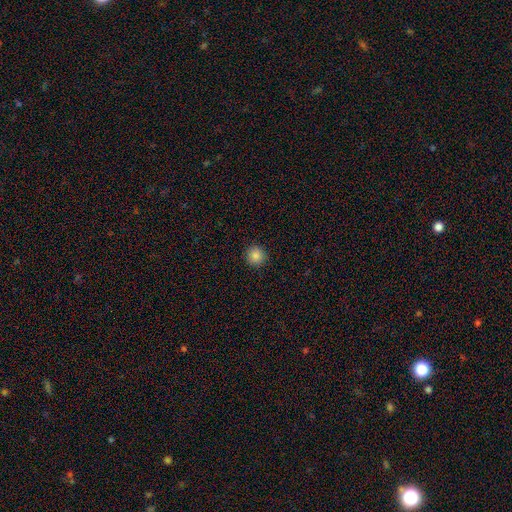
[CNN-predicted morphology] smooth-or-featured: smooth: 86% | star or artifact: 11% | featured or disk: 4%
  how-rounded: round: 94% | in between: 5% | cigar-shaped: 1%
  merging: none: 92% | minor disturbance: 5% | major disturbance: 2% | merger: 1%